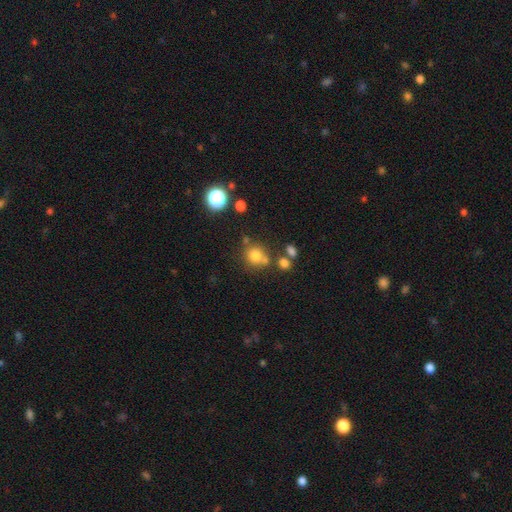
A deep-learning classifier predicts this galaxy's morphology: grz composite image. It shows a smooth galaxy with no disk features (75%) that is round (86%). Merging: none (63%).